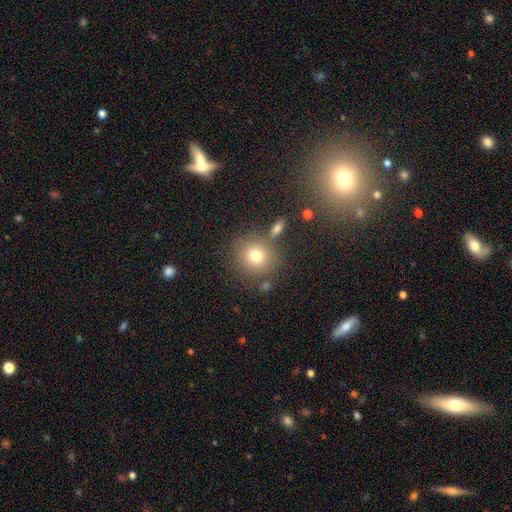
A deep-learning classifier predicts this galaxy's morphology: Overall: smooth (76%). How rounded: round (89%). Merging: none (75%).